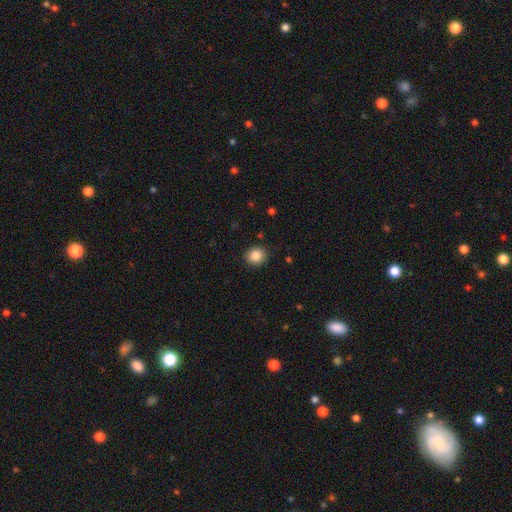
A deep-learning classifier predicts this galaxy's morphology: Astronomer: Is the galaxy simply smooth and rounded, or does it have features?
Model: smooth — 86%.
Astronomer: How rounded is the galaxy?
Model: round — 83%.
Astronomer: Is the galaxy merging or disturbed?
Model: none — 90%.